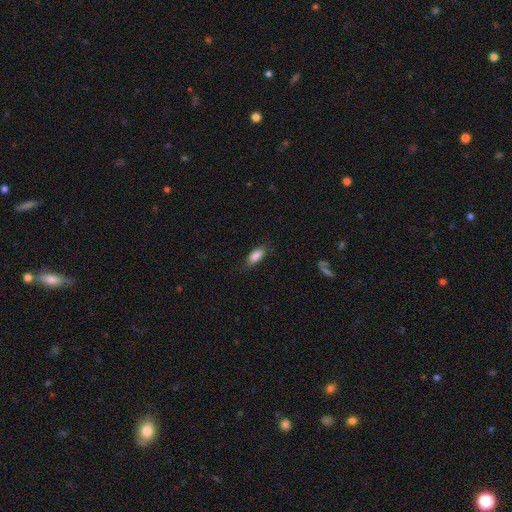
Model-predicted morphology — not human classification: The model was most divided on "how rounded": in between: 77%, cigar-shaped: 21%, round: 2%. More confident: smooth or featured — smooth (86%); merging — none (82%).